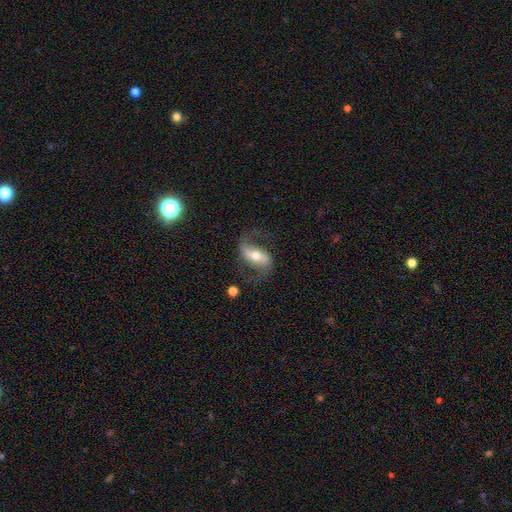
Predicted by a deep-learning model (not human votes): A featured or disk galaxy (72%) with a strong bar (42%), 2 (89%) loose (63%) spiral arms (88%) and a moderate central bulge (69%).

Vote fractions:
- Smooth or featured? featured or disk: 72% / smooth: 21% / star or artifact: 7%
- Edge-on disk? no: 92% / yes: 8%
- Bar? strong: 42% / weak: 33% / no: 25%
- Spiral arms? yes: 88% / no: 12%
- Spiral winding? loose: 63% / medium: 29% / tight: 8%
- Spiral arm count? 2: 89% / 1: 4% / can't tell: 4% / 3: 1% / 4: 1% / more than 4: 1%
- Bulge size? moderate: 69% / small: 20% / large: 9% / dominant: 1% / none: 1%
- Merging? none: 65% / minor disturbance: 18% / major disturbance: 15% / merger: 2%